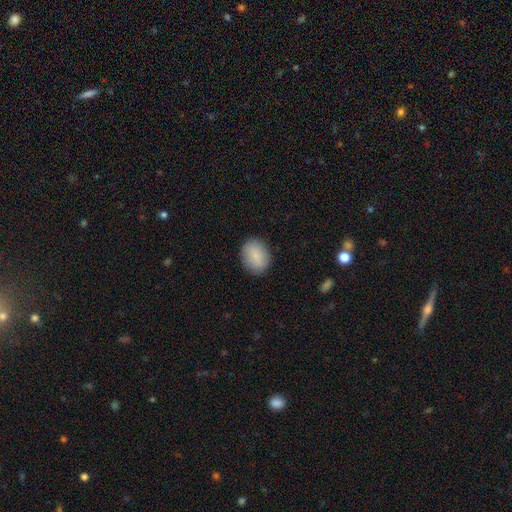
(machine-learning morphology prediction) A smooth galaxy with no disk features (87%) that is in between round and cigar-shaped (56%).

Vote fractions:
- Smooth or featured? smooth: 87% / star or artifact: 7% / featured or disk: 6%
- How rounded? in between: 56% / round: 43% / cigar-shaped: 1%
- Merging? none: 86% / minor disturbance: 10% / major disturbance: 3% / merger: 1%